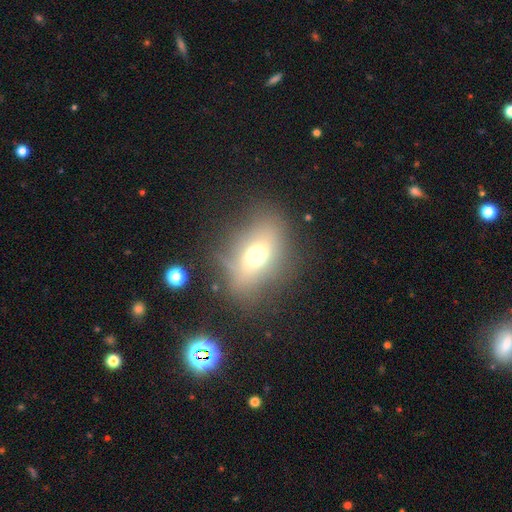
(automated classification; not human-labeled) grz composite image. It shows a smooth galaxy with no disk features (54%) that is in between round and cigar-shaped (69%). Merging: none (62%).